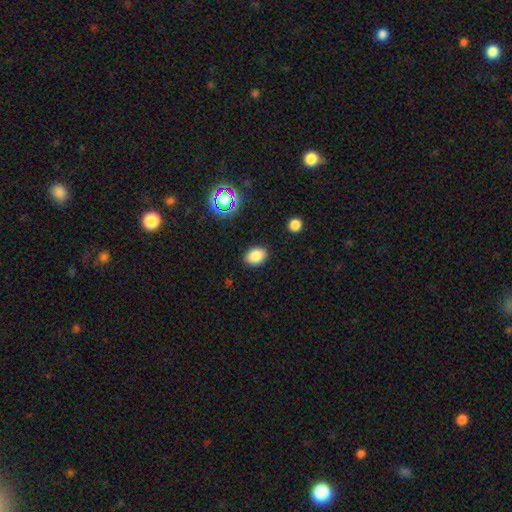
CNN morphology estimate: Smooth or featured? Predicted: smooth (p=0.84). How rounded? Predicted: in between (p=0.74). Merging? Predicted: none (p=0.87).